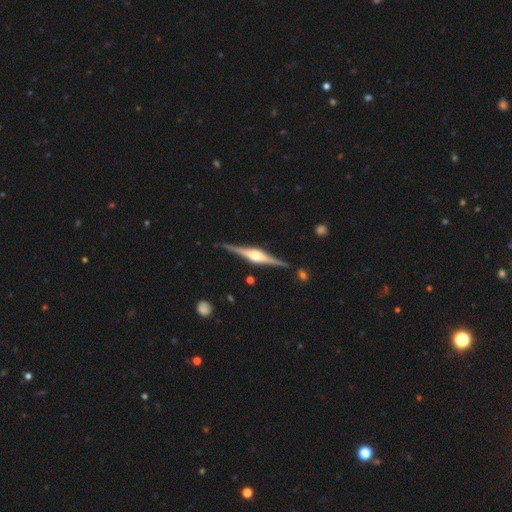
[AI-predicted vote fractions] Overall: featured or disk (87%). Edge-on disk: yes (98%). Edge-on bulge: rounded (87%). Merging: none (89%).